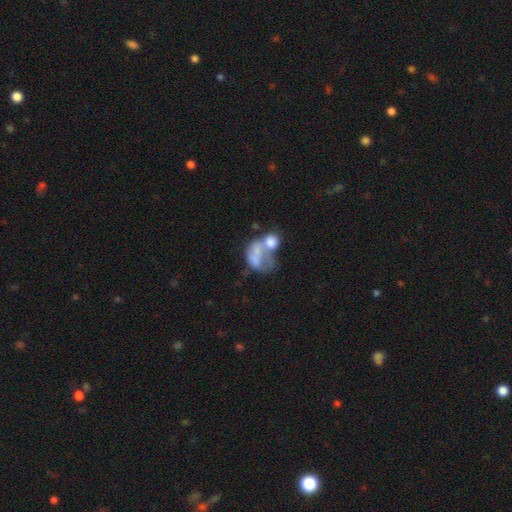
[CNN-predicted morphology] Q: Smooth or featured?
A: smooth (53%); runner-up: featured or disk (37%)
Q: How rounded?
A: in between (75%); runner-up: round (24%)
Q: Merging?
A: merger (61%); runner-up: major disturbance (21%)